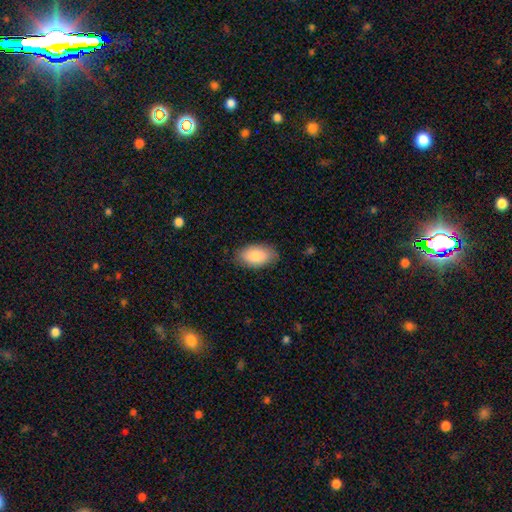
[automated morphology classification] smooth 84%, featured or disk 10%, star or artifact 6%. Down the decision tree: how rounded — in between (94%); merging — none (82%).